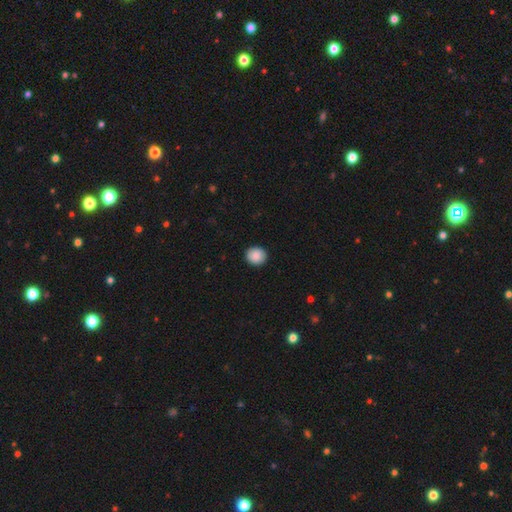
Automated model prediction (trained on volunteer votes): Smooth or featured? smooth (89%)
How rounded? round (89%)
Merging? none (92%)